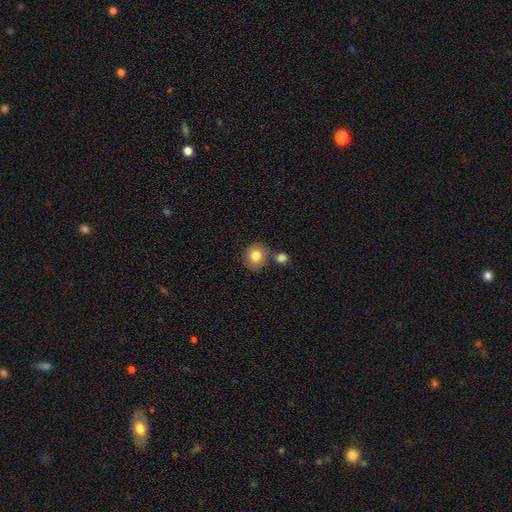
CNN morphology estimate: Q: Smooth or featured?
A: smooth (82%); runner-up: featured or disk (9%)
Q: How rounded?
A: round (82%); runner-up: in between (17%)
Q: Merging?
A: none (72%); runner-up: merger (13%)